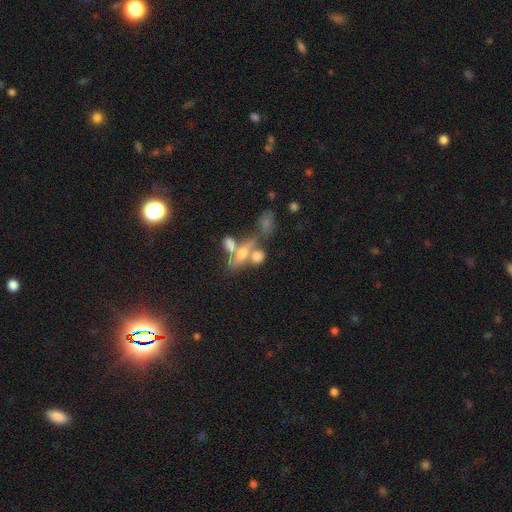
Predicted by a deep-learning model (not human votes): Smooth or featured?
  - smooth: 46% *
  - featured or disk: 38%
  - star or artifact: 16%
Merging?
  - merger: 46% *
  - none: 32%
  - minor disturbance: 12%
  - major disturbance: 10%